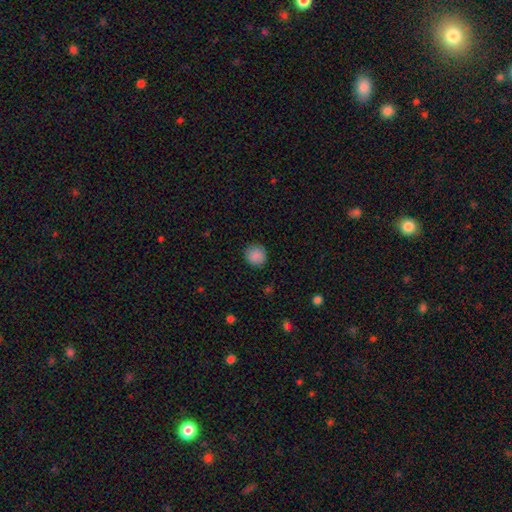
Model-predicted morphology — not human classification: Smooth or featured: smooth — 88% (star or artifact — 9%)
How rounded: round — 90% (in between — 9%)
Merging: none — 89% (minor disturbance — 8%)